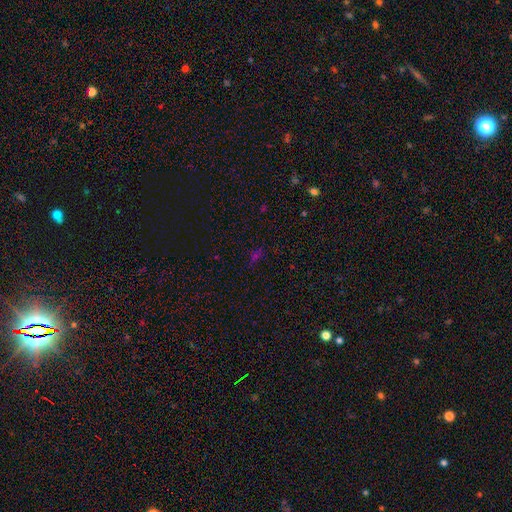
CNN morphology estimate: smooth-or-featured: star or artifact: 53% | smooth: 36% | featured or disk: 12%